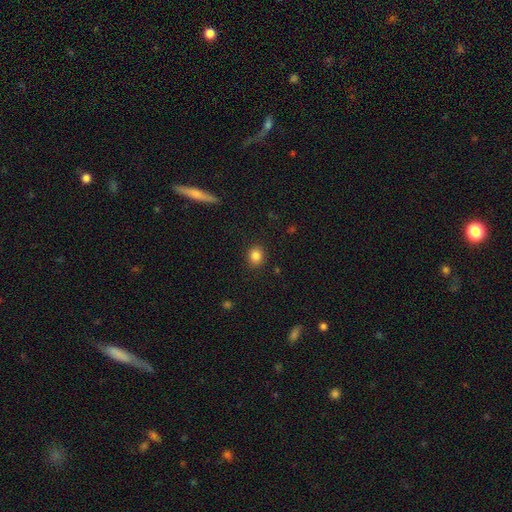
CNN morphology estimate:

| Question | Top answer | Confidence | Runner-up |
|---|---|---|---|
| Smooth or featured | smooth | 84% | star or artifact (11%) |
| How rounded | round | 72% | in between (27%) |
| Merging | none | 90% | minor disturbance (7%) |